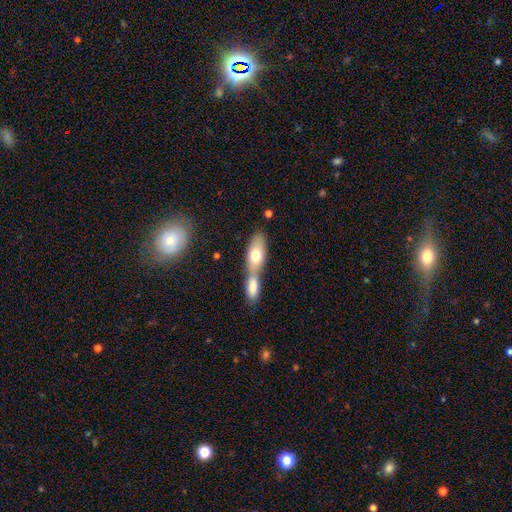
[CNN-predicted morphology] smooth_or_featured: smooth (p=0.72) [alt: featured or disk p=0.22]
how_rounded: in between (p=0.80) [alt: cigar-shaped p=0.16]
merging: merger (p=0.62) [alt: none p=0.26]